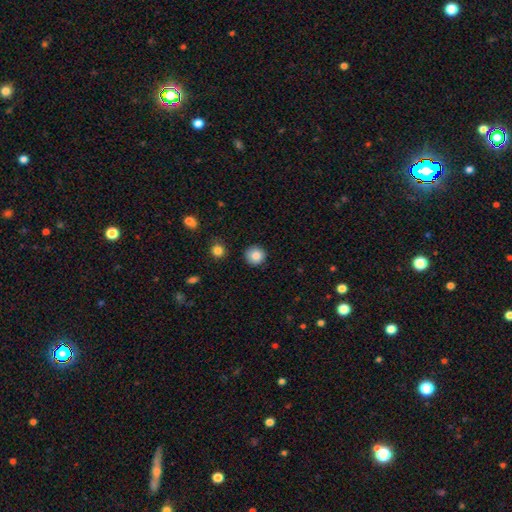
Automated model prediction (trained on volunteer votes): Smooth or featured: smooth — 85% (star or artifact — 9%)
How rounded: round — 94% (in between — 5%)
Merging: none — 90% (minor disturbance — 6%)